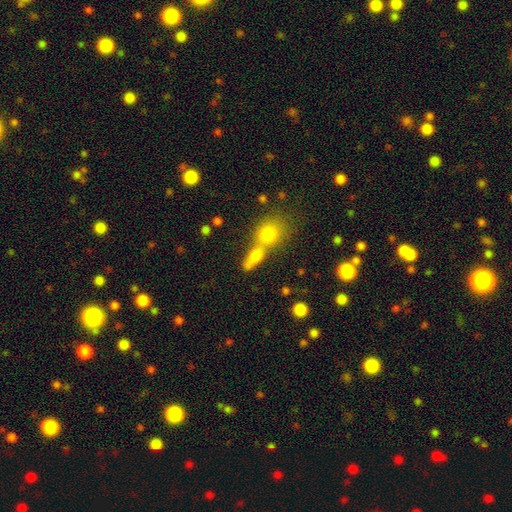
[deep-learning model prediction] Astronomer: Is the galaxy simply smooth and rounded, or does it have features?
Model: smooth — 72%.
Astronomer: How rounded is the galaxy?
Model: in between — 47% (runner-up: round, 27%).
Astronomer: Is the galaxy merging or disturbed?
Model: merger — 52% (runner-up: none, 35%).